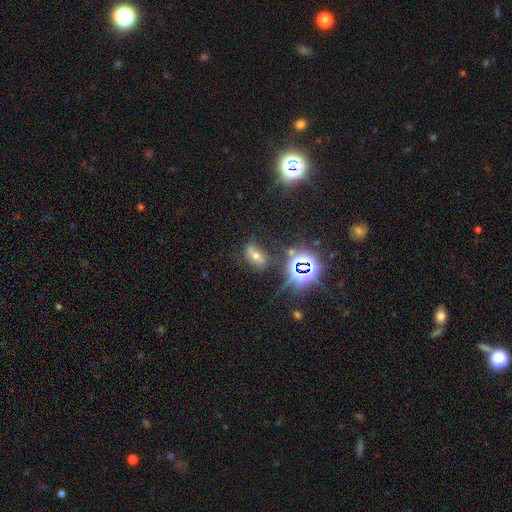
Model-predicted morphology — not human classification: smooth_or_featured: star or artifact (p=0.41) [alt: smooth p=0.37]